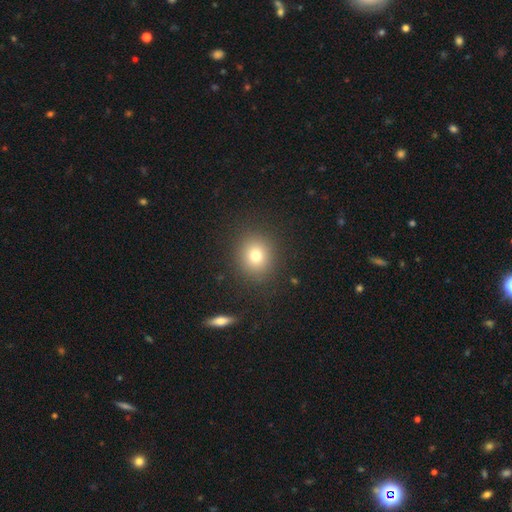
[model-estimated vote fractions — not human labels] A smooth galaxy with no disk features (76%) that is round (82%).

Vote fractions:
- Smooth or featured? smooth: 76% / star or artifact: 14% / featured or disk: 11%
- How rounded? round: 82% / in between: 17% / cigar-shaped: 1%
- Merging? none: 88% / minor disturbance: 7% / major disturbance: 3% / merger: 1%